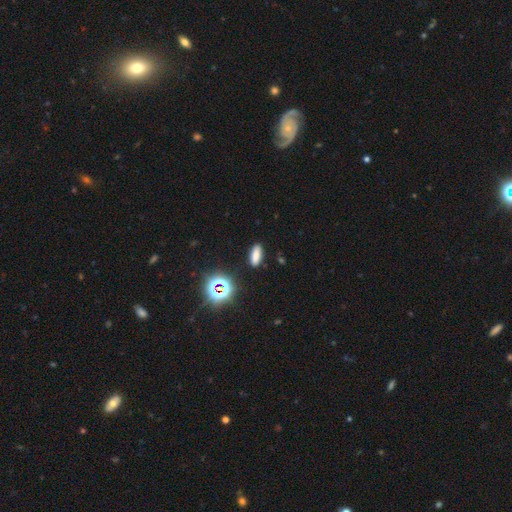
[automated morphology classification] smooth 76%, star or artifact 17%, featured or disk 7%. Down the decision tree: how rounded — in between (63%); merging — none (88%).